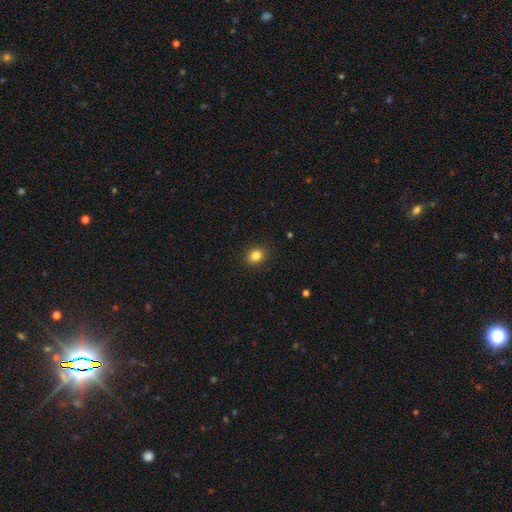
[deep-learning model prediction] The model was most divided on "how rounded": round: 66%, in between: 33%, cigar-shaped: 1%. More confident: merging — none (90%); smooth or featured — smooth (83%).